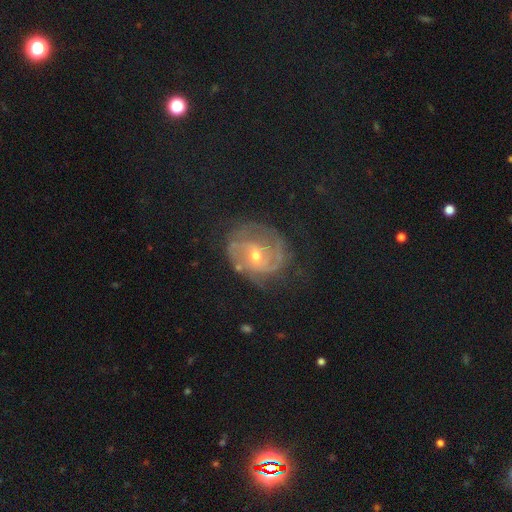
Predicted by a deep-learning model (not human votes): Smooth or featured? Predicted: featured or disk (p=0.79). Edge-on disk? Predicted: no (p=0.97). Bar? Predicted: no (p=0.50). Spiral arms? Predicted: yes (p=0.92). Spiral winding? Predicted: tight (p=0.50). Spiral arm count? Predicted: 2 (p=0.47). Bulge size? Predicted: moderate (p=0.51). Merging? Predicted: none (p=0.69).